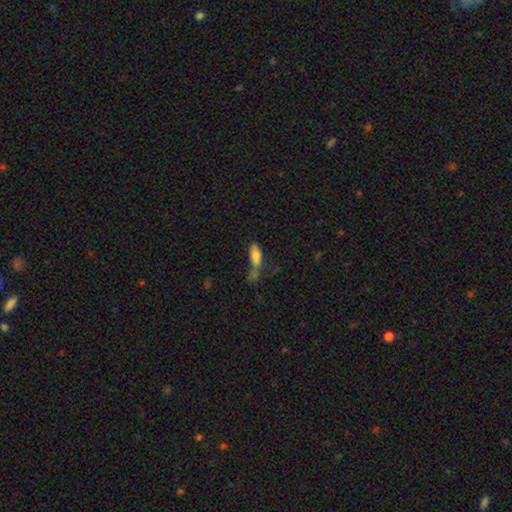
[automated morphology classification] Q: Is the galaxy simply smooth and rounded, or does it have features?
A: smooth — 73%.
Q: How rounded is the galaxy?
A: in between — 64%.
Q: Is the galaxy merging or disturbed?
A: merger — 34%.